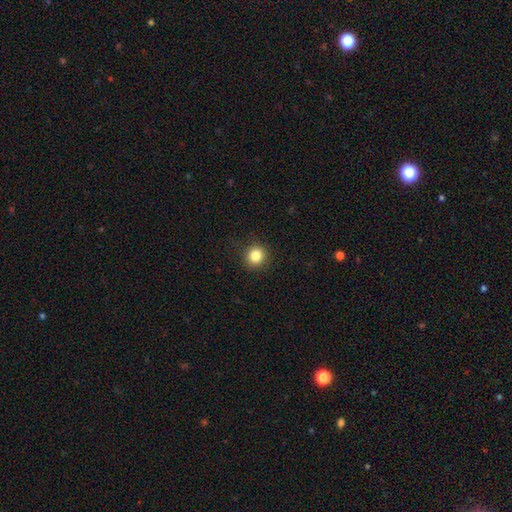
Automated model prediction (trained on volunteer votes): smooth-or-featured: smooth: 84% | star or artifact: 11% | featured or disk: 5%
  how-rounded: round: 88% | in between: 11% | cigar-shaped: 1%
  merging: none: 91% | minor disturbance: 6% | major disturbance: 2% | merger: 1%